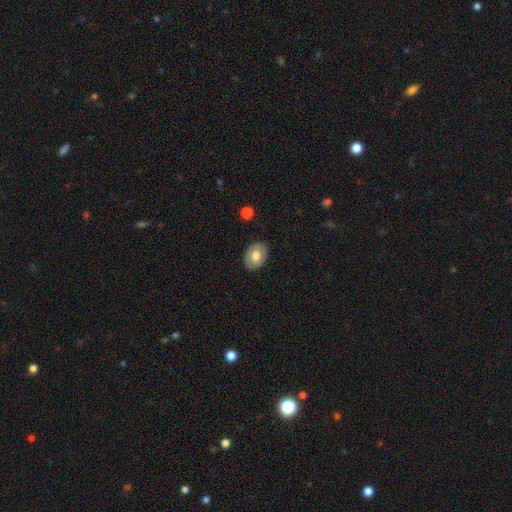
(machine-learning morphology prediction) Smooth or featured?
  - smooth: 64% *
  - featured or disk: 29%
  - star or artifact: 7%
How rounded?
  - in between: 79% *
  - round: 20%
  - cigar-shaped: 1%
Merging?
  - none: 85% *
  - minor disturbance: 11%
  - major disturbance: 3%
  - merger: 1%